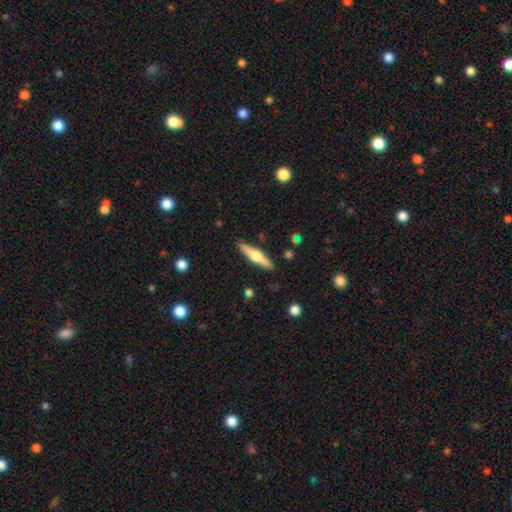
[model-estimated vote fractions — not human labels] A featured or disk galaxy (56%) viewed edge-on (95%) with a rounded central bulge (93%). Merging: none (89%).